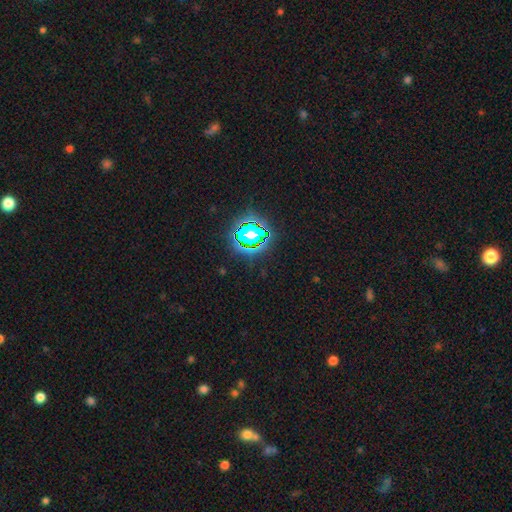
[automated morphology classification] Smooth or featured? star or artifact (81%)